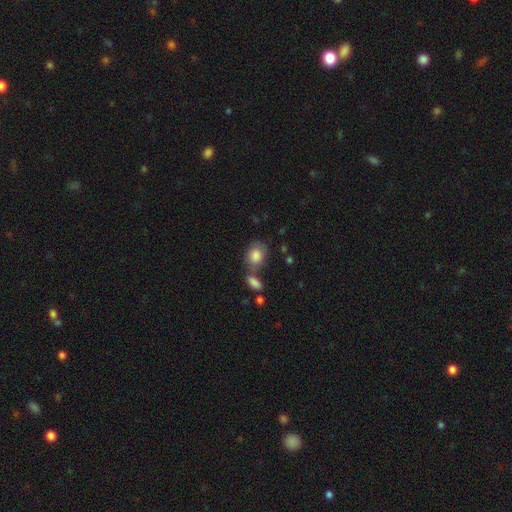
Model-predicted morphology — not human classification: Smooth or featured? smooth (84%)
How rounded? in between (60%)
Merging? none (50%)